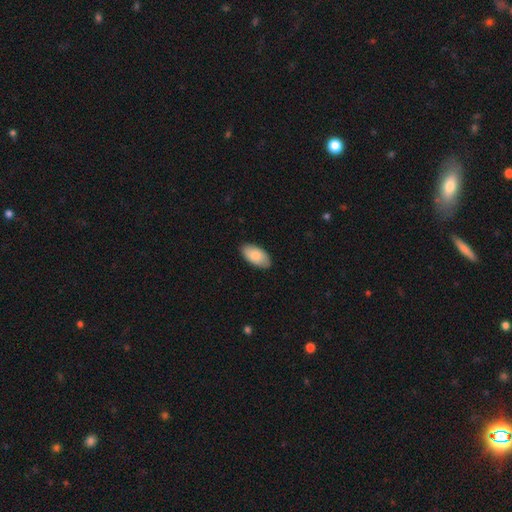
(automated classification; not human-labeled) smooth-or-featured: smooth: 82% | featured or disk: 12% | star or artifact: 6%
  how-rounded: in between: 95% | round: 2% | cigar-shaped: 2%
  merging: none: 87% | minor disturbance: 10% | major disturbance: 2% | merger: 1%